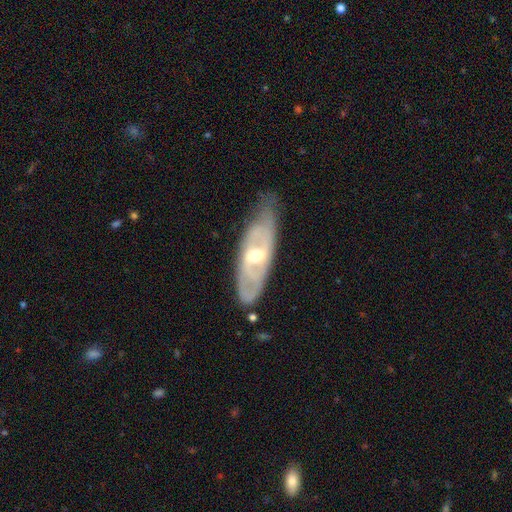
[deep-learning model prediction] featured or disk 73%, smooth 22%, star or artifact 6%. Down the decision tree: edge-on disk — no (77%); bar — weak (46%); spiral arms — yes (73%); bulge size — moderate (68%); merging — none (67%).